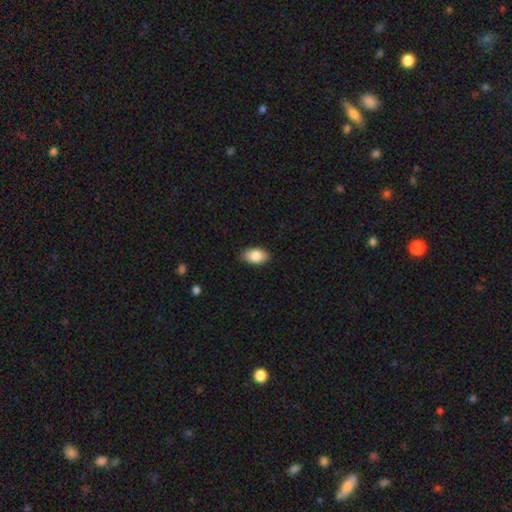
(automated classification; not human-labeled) A smooth galaxy with no disk features (86%) that is in between round and cigar-shaped (92%). Merging: none (87%).